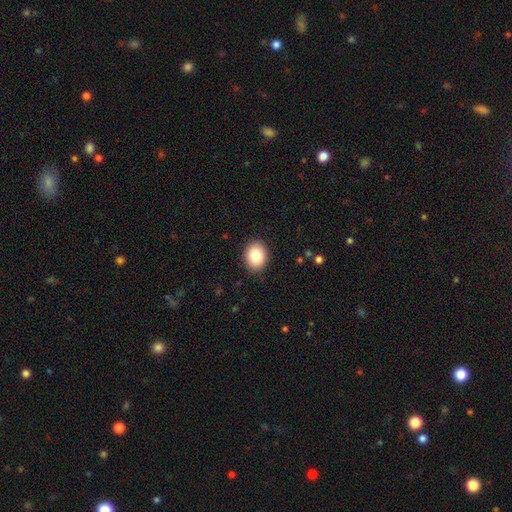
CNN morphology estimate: Smooth or featured: smooth — 84% (star or artifact — 8%)
How rounded: in between — 55% (round — 45%)
Merging: none — 90% (minor disturbance — 7%)